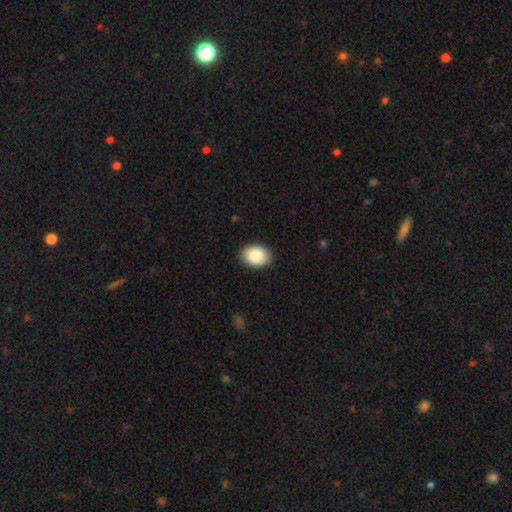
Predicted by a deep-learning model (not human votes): This appears to be a smooth galaxy with no disk features (89%) that is in between round and cigar-shaped (72%). Merging: none (89%).